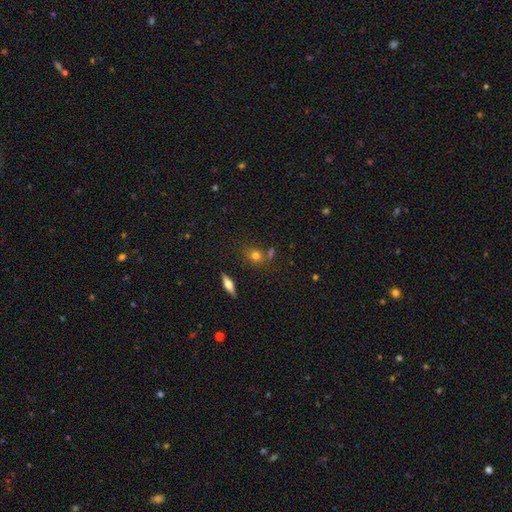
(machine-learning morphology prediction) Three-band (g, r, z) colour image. It shows a smooth galaxy with no disk features (73%) that is round (57%). Merging: none (68%).